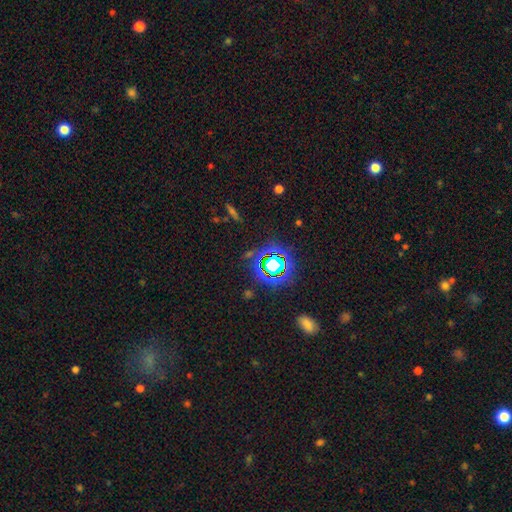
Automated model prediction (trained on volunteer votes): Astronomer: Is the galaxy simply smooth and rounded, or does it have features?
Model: star or artifact — 73%.